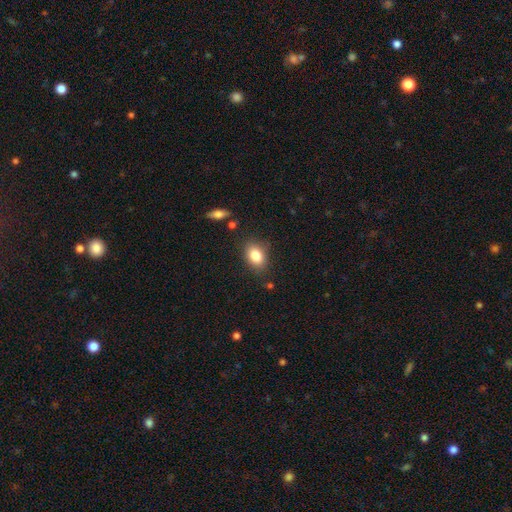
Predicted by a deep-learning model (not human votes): Smooth or featured?
  - smooth: 83% *
  - star or artifact: 9%
  - featured or disk: 8%
How rounded?
  - in between: 79% *
  - round: 20%
  - cigar-shaped: 2%
Merging?
  - none: 82% *
  - minor disturbance: 13%
  - major disturbance: 3%
  - merger: 2%